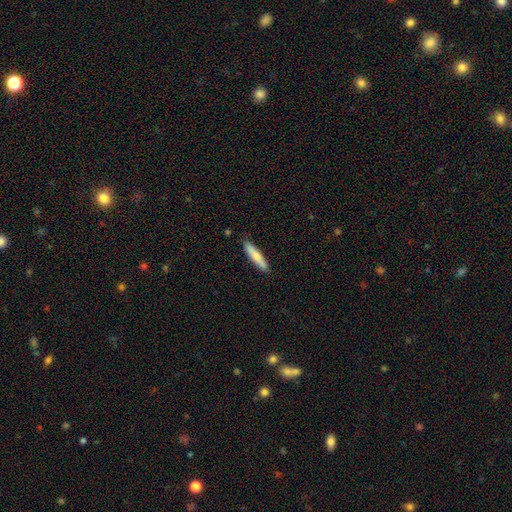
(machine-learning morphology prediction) smooth 71%, featured or disk 23%, star or artifact 5%. Down the decision tree: how rounded — cigar-shaped (86%); merging — none (87%).